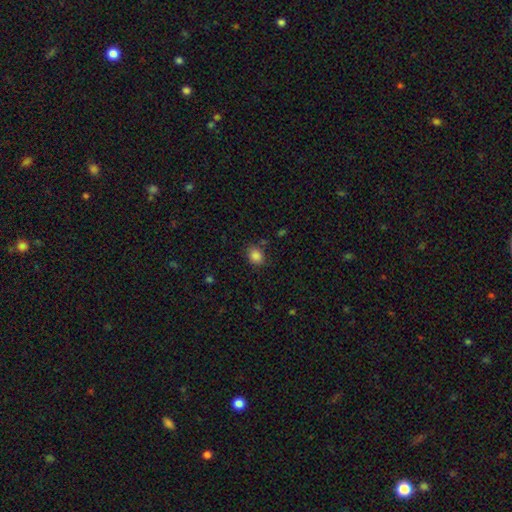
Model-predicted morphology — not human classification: smooth 85%, star or artifact 10%, featured or disk 4%. Down the decision tree: how rounded — round (53%); merging — none (79%).